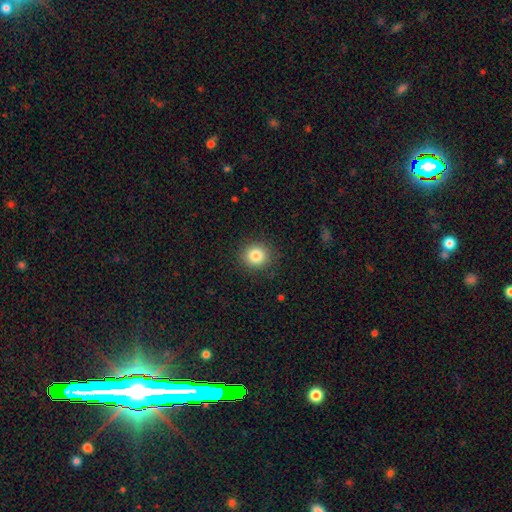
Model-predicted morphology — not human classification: smooth 84%, star or artifact 10%, featured or disk 6%. Down the decision tree: how rounded — round (88%); merging — none (90%).